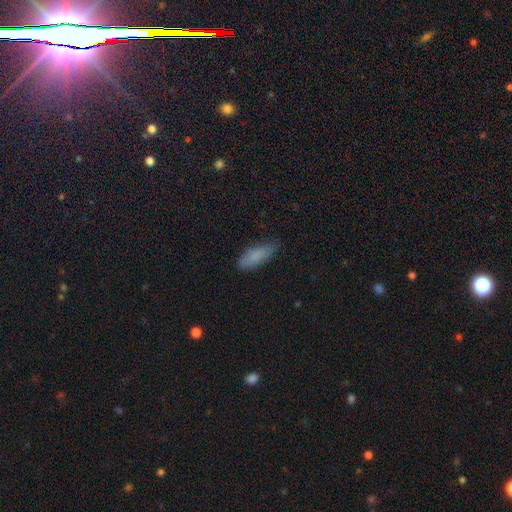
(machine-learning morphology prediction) Smooth or featured?
  - smooth: 84% *
  - featured or disk: 9%
  - star or artifact: 7%
How rounded?
  - in between: 62% *
  - cigar-shaped: 36%
  - round: 2%
Merging?
  - none: 70% *
  - minor disturbance: 24%
  - major disturbance: 4%
  - merger: 1%